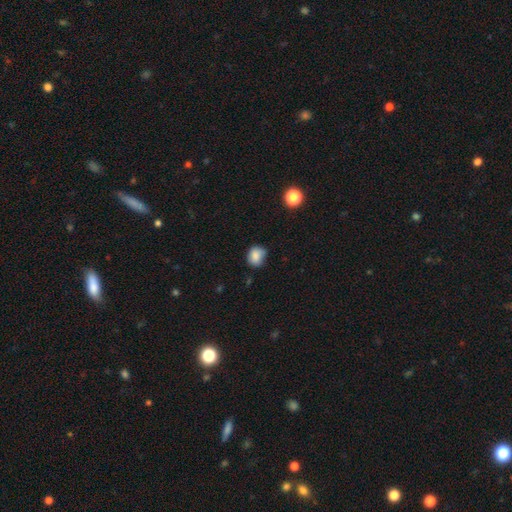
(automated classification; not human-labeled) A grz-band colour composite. It shows a smooth galaxy with no disk features (84%) that is round (68%). Merging: none (65%).